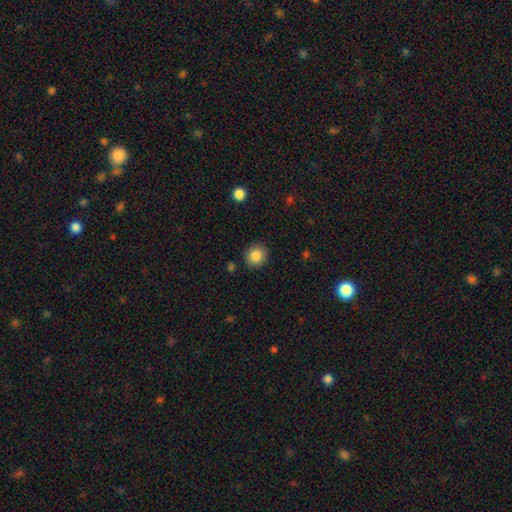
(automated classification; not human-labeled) Overall: smooth (85%). How rounded: round (83%). Merging: none (89%).